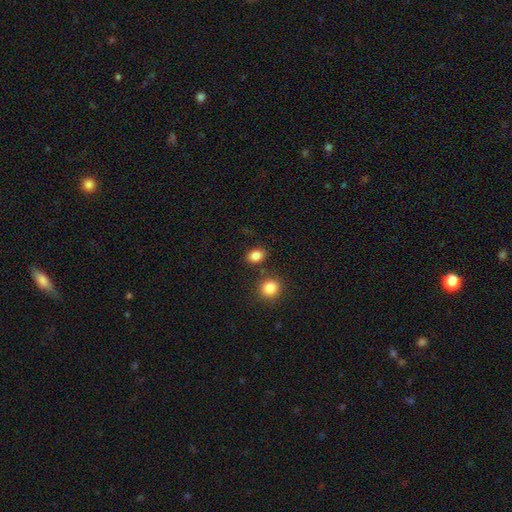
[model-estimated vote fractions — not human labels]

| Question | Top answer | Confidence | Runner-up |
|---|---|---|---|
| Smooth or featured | smooth | 85% | star or artifact (11%) |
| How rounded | in between | 60% | round (38%) |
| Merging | none | 79% | minor disturbance (10%) |